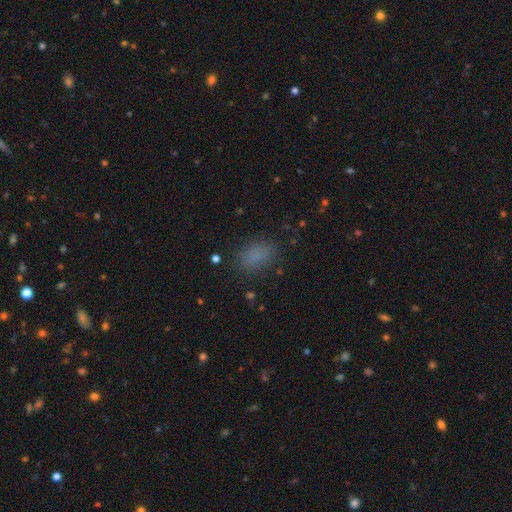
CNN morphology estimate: This appears to be a smooth galaxy with no disk features (82%) that is in between round and cigar-shaped (85%). Merging: none (83%).